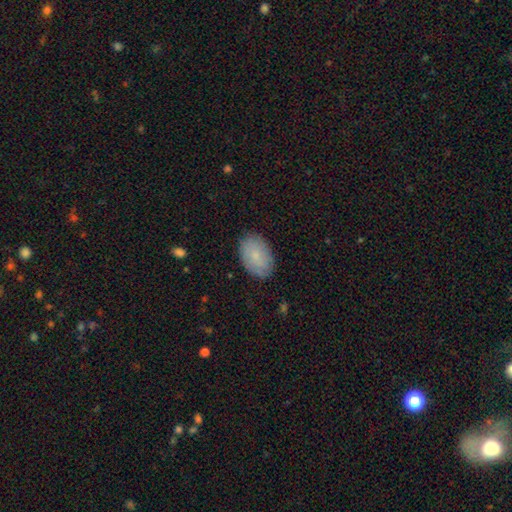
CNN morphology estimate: smooth-or-featured: smooth: 76% | featured or disk: 17% | star or artifact: 7%
  how-rounded: in between: 89% | round: 10% | cigar-shaped: 1%
  merging: none: 84% | minor disturbance: 12% | major disturbance: 3% | merger: 1%